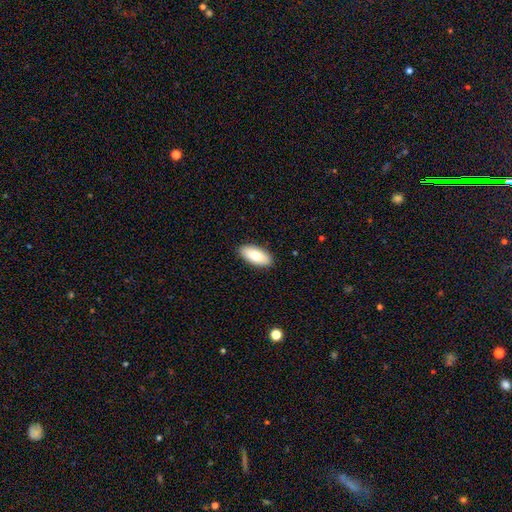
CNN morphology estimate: Smooth or featured? Predicted: smooth (p=0.80). How rounded? Predicted: in between (p=0.90). Merging? Predicted: none (p=0.90).